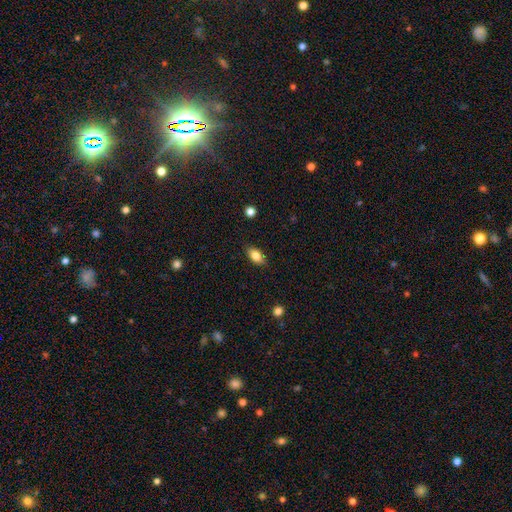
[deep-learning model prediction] A smooth galaxy with no disk features (82%) that is in between round and cigar-shaped (88%). Merging: none (85%).